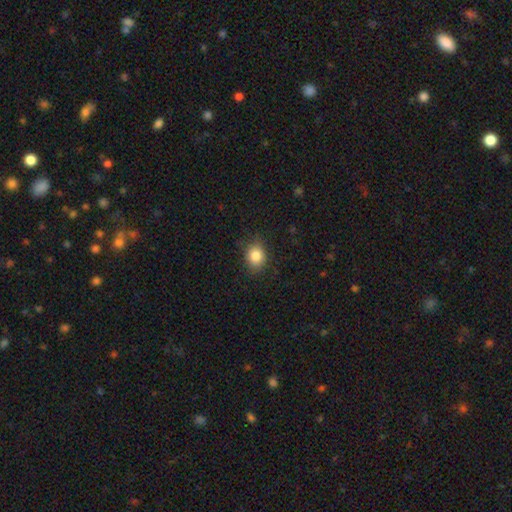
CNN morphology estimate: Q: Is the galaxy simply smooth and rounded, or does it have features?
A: smooth — 84%.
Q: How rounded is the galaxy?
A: round — 54%.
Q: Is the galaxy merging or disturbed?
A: none — 84%.